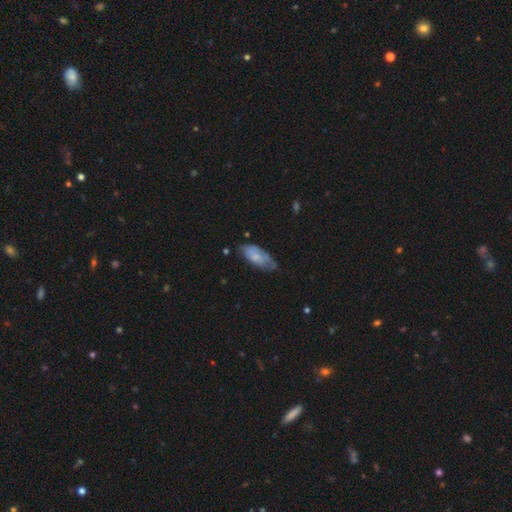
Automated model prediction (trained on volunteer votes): Smooth or featured?
  - smooth: 58% *
  - featured or disk: 35%
  - star or artifact: 7%
How rounded?
  - in between: 83% *
  - cigar-shaped: 15%
  - round: 2%
Merging?
  - none: 51% *
  - minor disturbance: 36%
  - major disturbance: 11%
  - merger: 2%